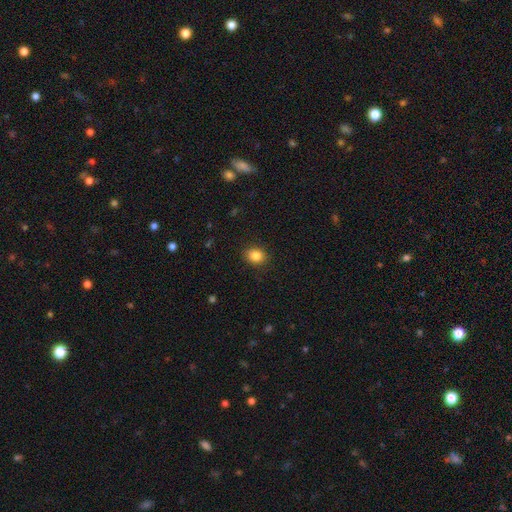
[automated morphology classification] Smooth or featured? smooth (85%)
How rounded? round (51%)
Merging? none (89%)